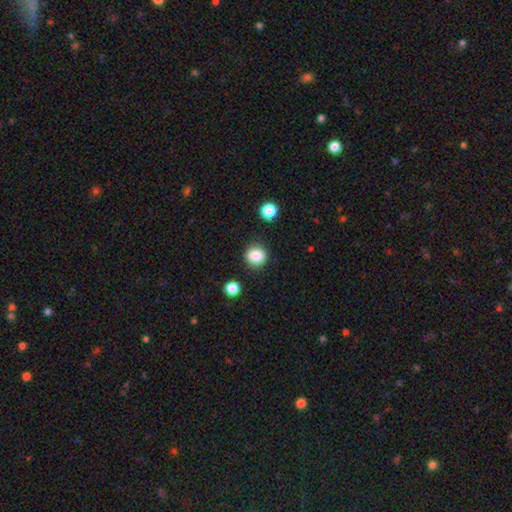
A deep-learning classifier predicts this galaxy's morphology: Overall: smooth (85%). How rounded: round (80%). Merging: none (86%).